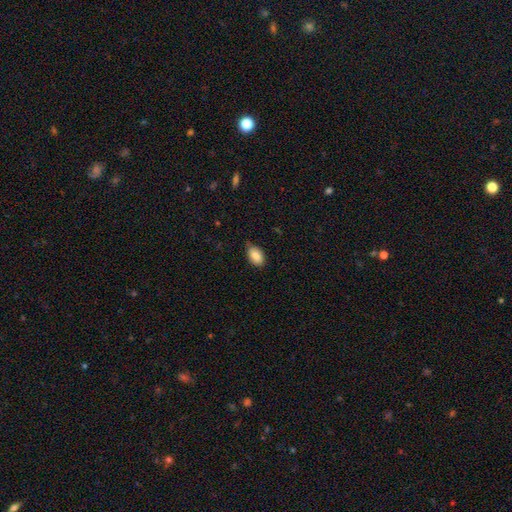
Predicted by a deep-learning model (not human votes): smooth_or_featured: smooth (p=0.86) [alt: featured or disk p=0.07]
how_rounded: in between (p=0.92) [alt: round p=0.07]
merging: none (p=0.70) [alt: minor disturbance p=0.25]